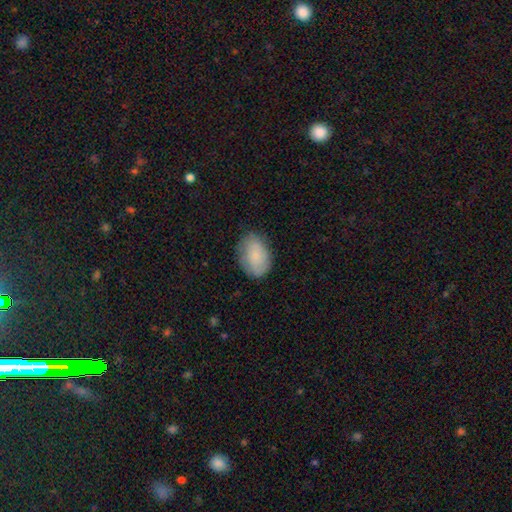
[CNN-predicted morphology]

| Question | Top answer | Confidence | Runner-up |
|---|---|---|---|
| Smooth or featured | smooth | 79% | featured or disk (14%) |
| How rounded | in between | 85% | round (14%) |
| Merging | none | 77% | minor disturbance (18%) |